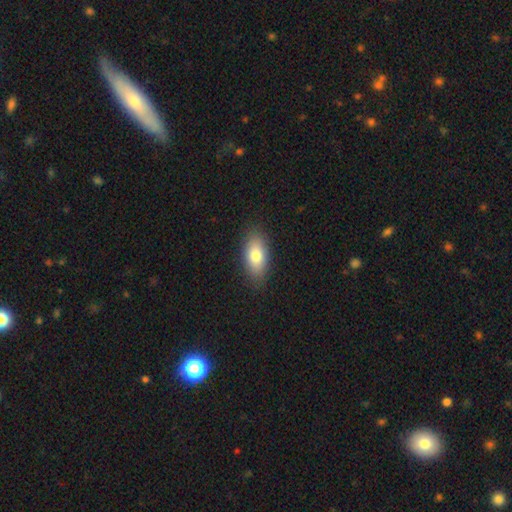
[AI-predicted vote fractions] This appears to be a smooth galaxy with no disk features (80%) that is in between round and cigar-shaped (87%). Merging: none (86%).